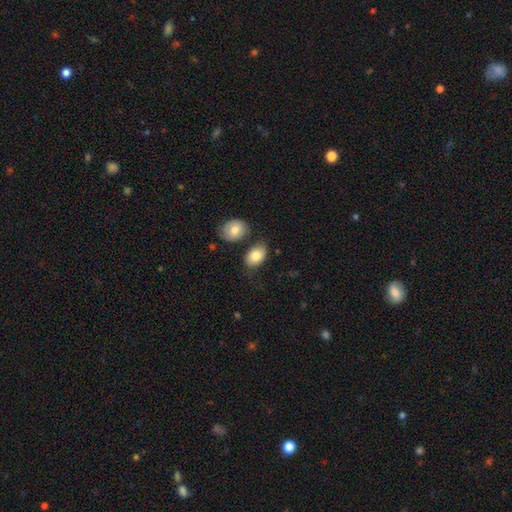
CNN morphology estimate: The model was most divided on "merging": none: 65%, minor disturbance: 16%, merger: 15%, major disturbance: 5%. More confident: how rounded — in between (87%); smooth or featured — smooth (82%).